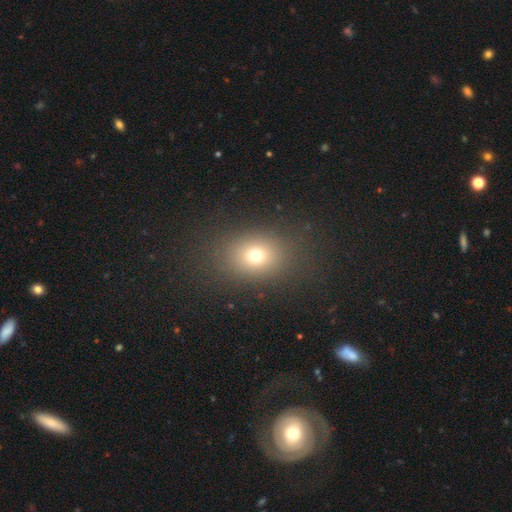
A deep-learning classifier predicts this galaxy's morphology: Smooth or featured? Predicted: smooth (p=0.71). How rounded? Predicted: in between (p=0.52). Merging? Predicted: none (p=0.83).